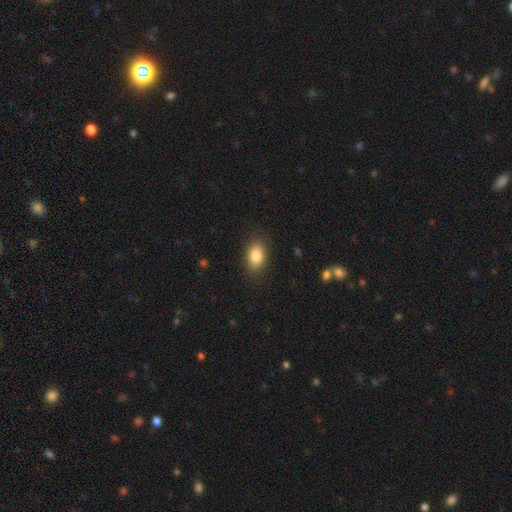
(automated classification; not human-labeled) Smooth or featured: smooth — 85% (star or artifact — 8%)
How rounded: in between — 88% (round — 10%)
Merging: none — 86% (minor disturbance — 10%)